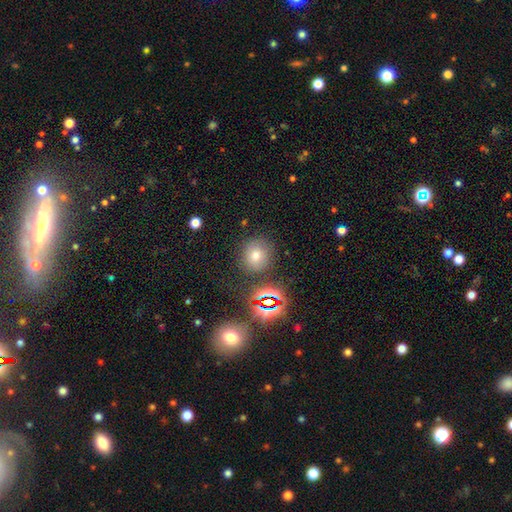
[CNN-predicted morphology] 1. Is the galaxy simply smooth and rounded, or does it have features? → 61% smooth, 27% star or artifact, 12% featured or disk.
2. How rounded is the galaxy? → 88% round, 11% in between, 1% cigar-shaped.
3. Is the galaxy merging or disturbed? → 84% none, 9% minor disturbance, 4% merger, 4% major disturbance.